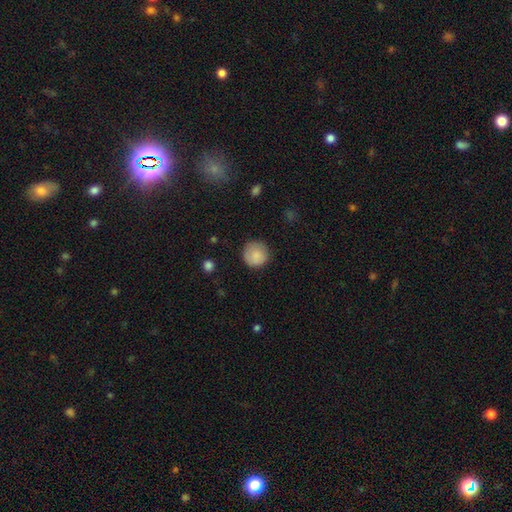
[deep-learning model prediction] smooth 86%, star or artifact 7%, featured or disk 7%. Down the decision tree: how rounded — round (93%); merging — none (82%).